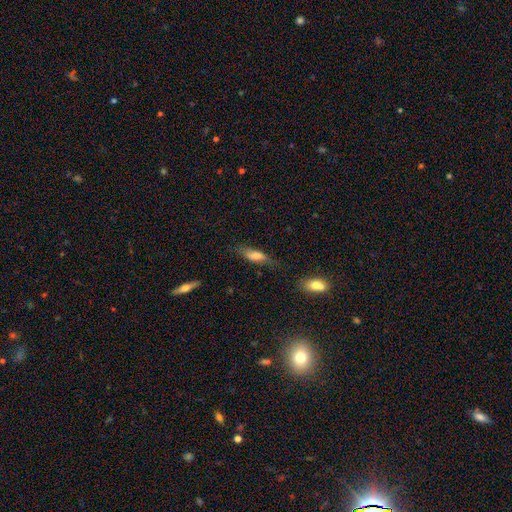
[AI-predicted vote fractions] Q: Smooth or featured?
A: smooth (71%); runner-up: featured or disk (21%)
Q: How rounded?
A: in between (53%); runner-up: cigar-shaped (44%)
Q: Merging?
A: none (63%); runner-up: minor disturbance (24%)